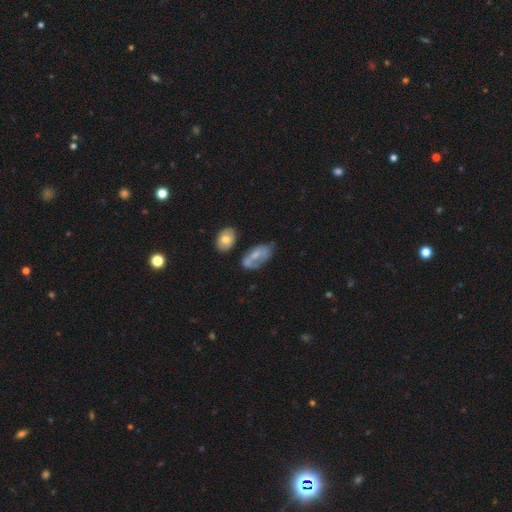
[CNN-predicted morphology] Smooth or featured: smooth — 48% (featured or disk — 43%)
Merging: none — 41% (minor disturbance — 28%)